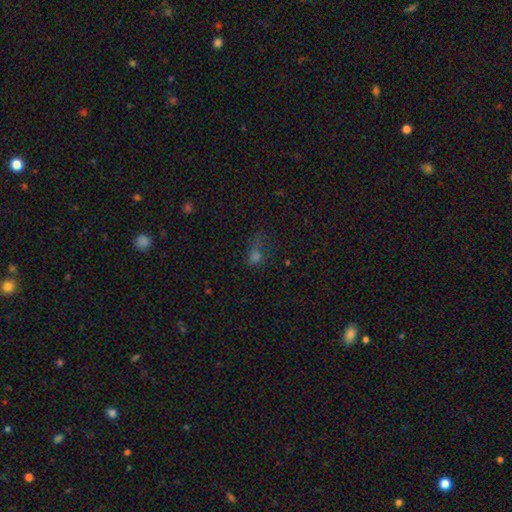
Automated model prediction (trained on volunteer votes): smooth_or_featured: smooth (p=0.54) [alt: star or artifact p=0.32]
how_rounded: round (p=0.51) [alt: in between p=0.45]
merging: none (p=0.39) [alt: major disturbance p=0.31]